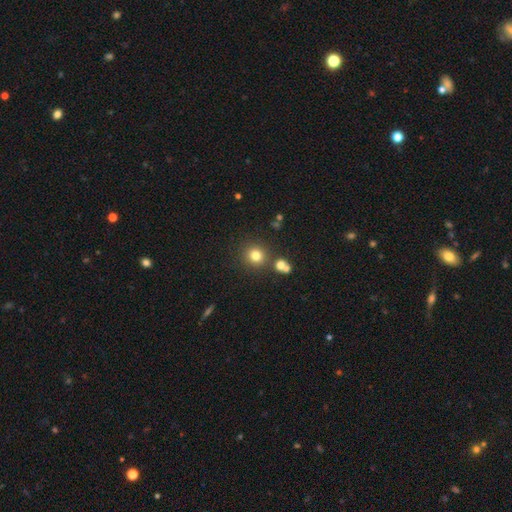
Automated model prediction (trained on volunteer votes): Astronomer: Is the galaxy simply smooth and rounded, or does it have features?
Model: smooth — 78%.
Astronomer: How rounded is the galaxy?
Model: round — 91%.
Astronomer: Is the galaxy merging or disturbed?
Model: none — 80%.